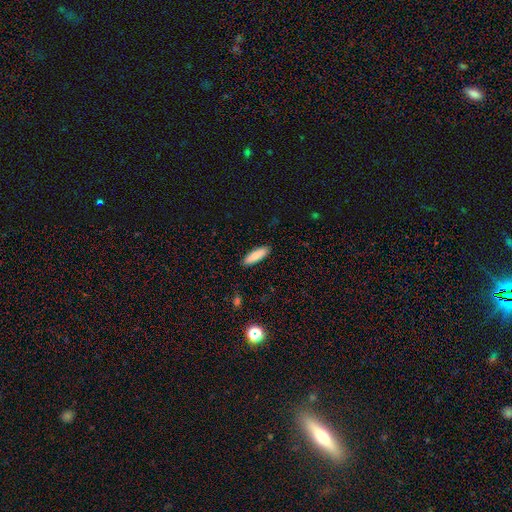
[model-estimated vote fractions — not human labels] smooth 84%, featured or disk 9%, star or artifact 7%. Down the decision tree: how rounded — cigar-shaped (51%); merging — none (90%).